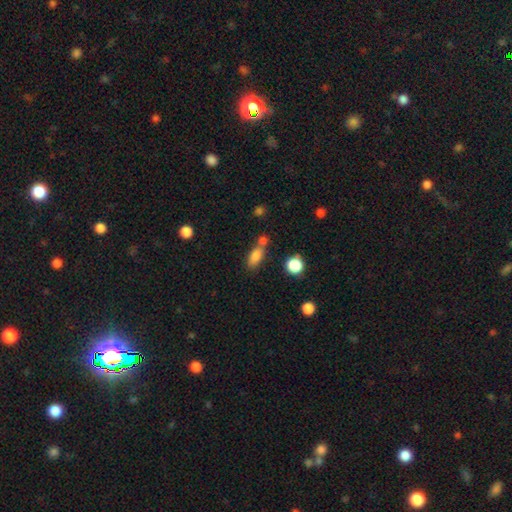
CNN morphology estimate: Smooth or featured: smooth — 80% (star or artifact — 11%)
How rounded: in between — 77% (cigar-shaped — 15%)
Merging: none — 56% (merger — 25%)